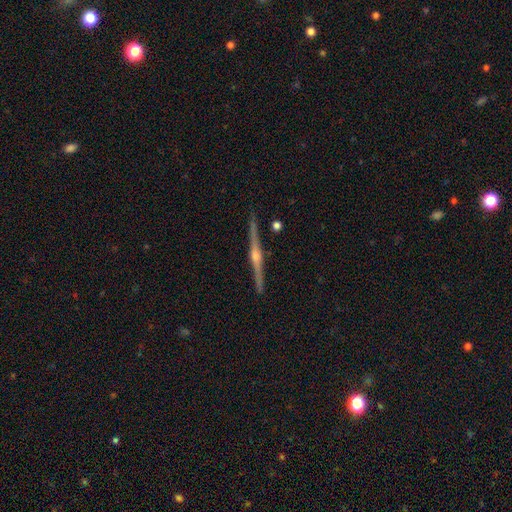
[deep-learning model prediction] Smooth or featured?
  - featured or disk: 89% *
  - smooth: 7%
  - star or artifact: 5%
Edge-on disk?
  - yes: 99% *
  - no: 1%
Edge-on bulge?
  - rounded: 90% *
  - boxy: 5%
  - none: 5%
Merging?
  - none: 93% *
  - minor disturbance: 5%
  - merger: 1%
  - major disturbance: 1%